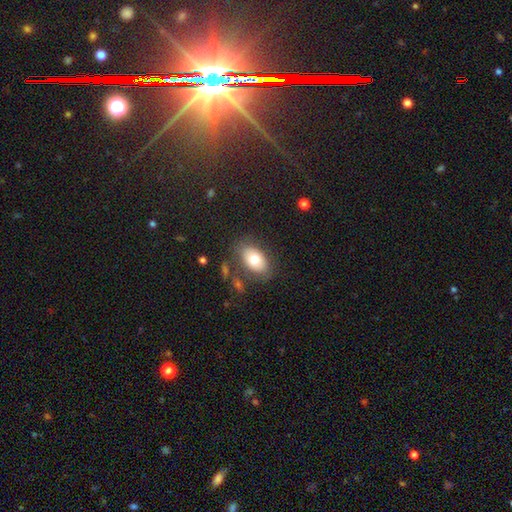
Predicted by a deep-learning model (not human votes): Morphology: type=smooth (73%); roundness=in between (89%); merging=none (78%).